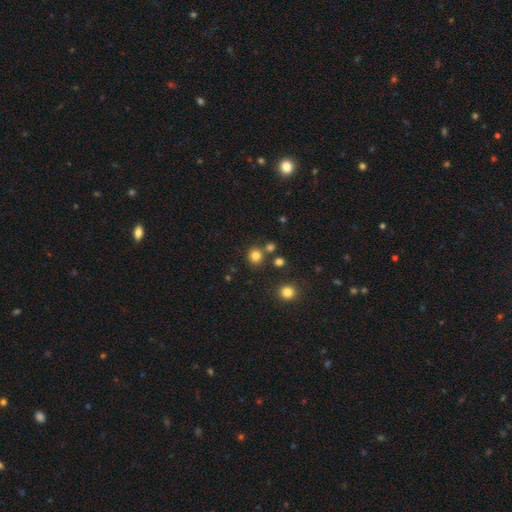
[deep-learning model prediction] smooth-or-featured: smooth: 80% | star or artifact: 15% | featured or disk: 5%
  how-rounded: round: 90% | in between: 9% | cigar-shaped: 1%
  merging: none: 79% | merger: 11% | minor disturbance: 7% | major disturbance: 3%